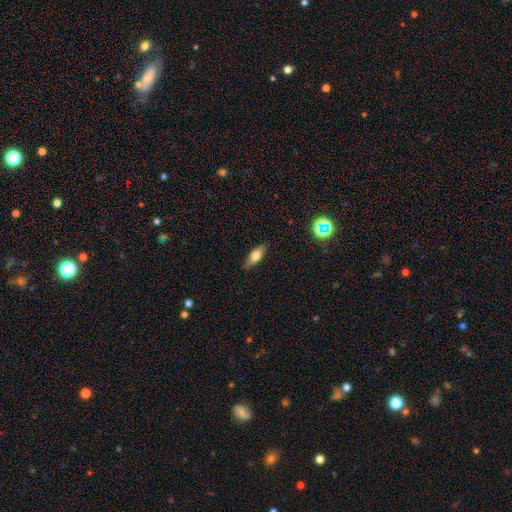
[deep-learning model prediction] smooth 63%, featured or disk 28%, star or artifact 8%. Down the decision tree: how rounded — in between (66%); merging — none (84%).